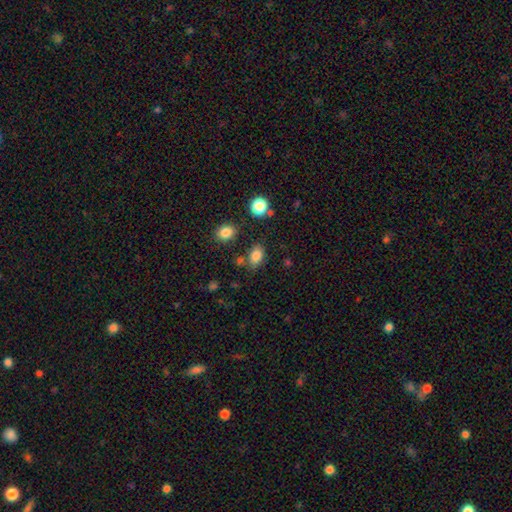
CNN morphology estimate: smooth_or_featured: smooth (p=0.83) [alt: star or artifact p=0.11]
how_rounded: in between (p=0.80) [alt: round p=0.19]
merging: none (p=0.74) [alt: minor disturbance p=0.14]